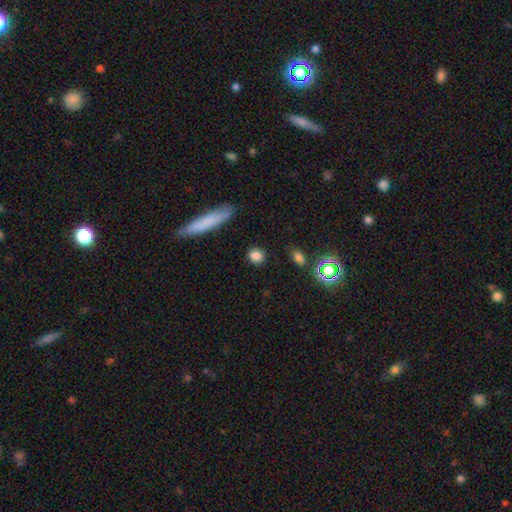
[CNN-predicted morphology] Q: Smooth or featured?
A: smooth (84%); runner-up: star or artifact (10%)
Q: How rounded?
A: round (74%); runner-up: in between (22%)
Q: Merging?
A: none (87%); runner-up: minor disturbance (9%)